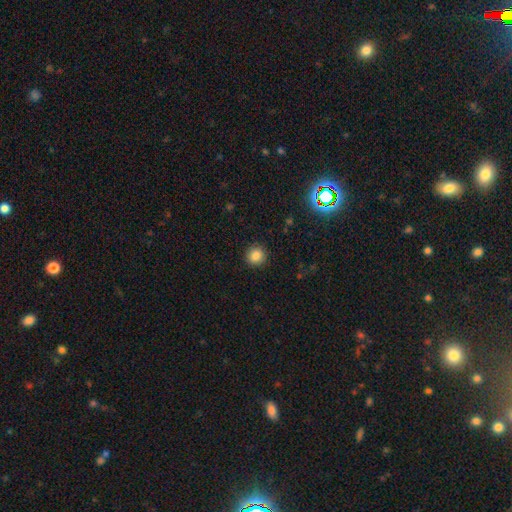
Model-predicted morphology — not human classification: Smooth or featured? Predicted: smooth (p=0.85). How rounded? Predicted: round (p=0.92). Merging? Predicted: none (p=0.90).